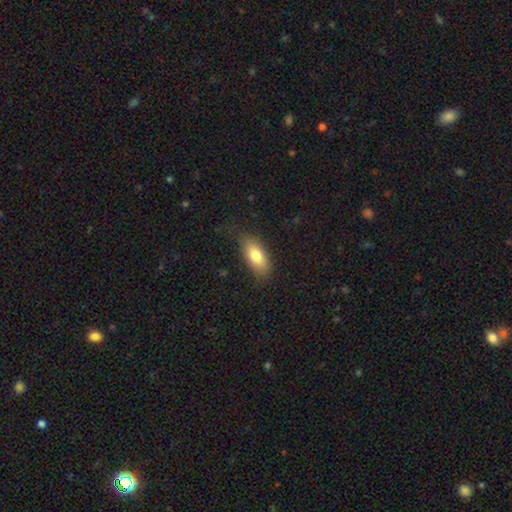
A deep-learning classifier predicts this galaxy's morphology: Smooth or featured: smooth — 79% (featured or disk — 14%)
How rounded: in between — 84% (cigar-shaped — 12%)
Merging: none — 77% (minor disturbance — 17%)